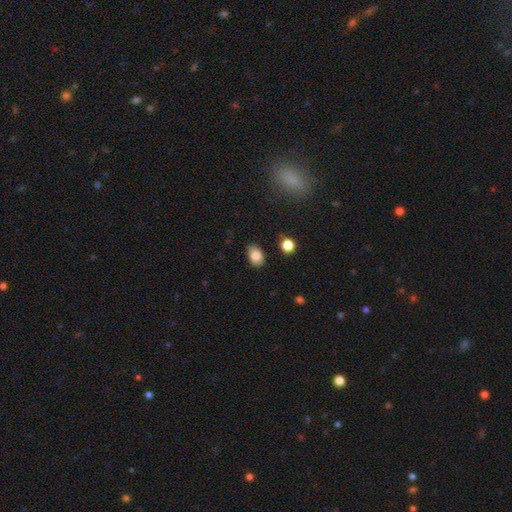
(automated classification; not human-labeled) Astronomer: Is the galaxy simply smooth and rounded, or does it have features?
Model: smooth — 83%.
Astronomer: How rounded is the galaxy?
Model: in between — 84%.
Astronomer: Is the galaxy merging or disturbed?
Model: none — 84%.